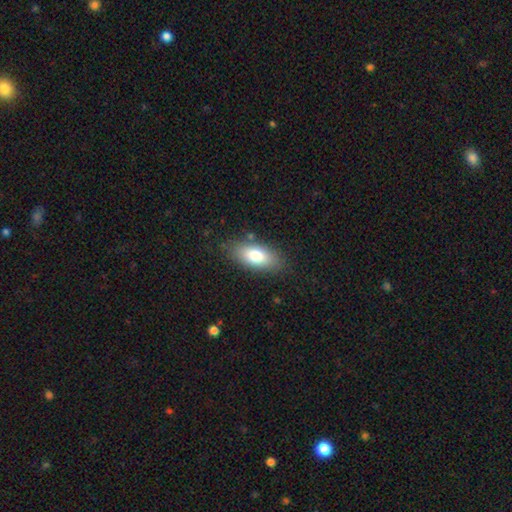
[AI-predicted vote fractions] A smooth galaxy with no disk features (77%) that is in between round and cigar-shaped (87%). Merging: none (83%).